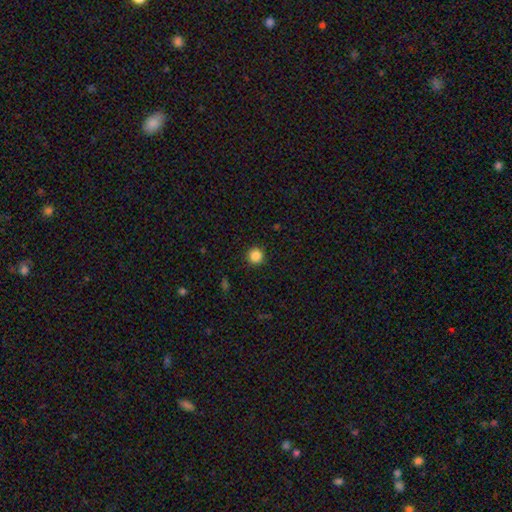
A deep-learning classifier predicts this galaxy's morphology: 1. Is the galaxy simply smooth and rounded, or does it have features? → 86% smooth, 11% star or artifact, 4% featured or disk.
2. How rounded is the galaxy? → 95% round, 4% in between, 1% cigar-shaped.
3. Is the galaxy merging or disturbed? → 92% none, 6% minor disturbance, 2% major disturbance, 1% merger.